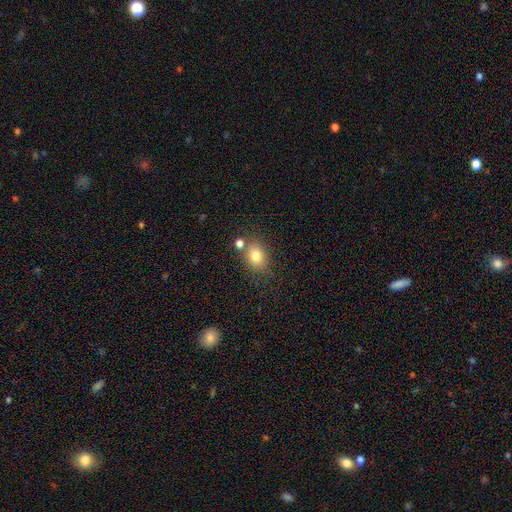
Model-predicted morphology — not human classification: smooth-or-featured: smooth: 78% | star or artifact: 11% | featured or disk: 10%
  how-rounded: in between: 60% | round: 39% | cigar-shaped: 1%
  merging: none: 68% | merger: 15% | minor disturbance: 14% | major disturbance: 4%